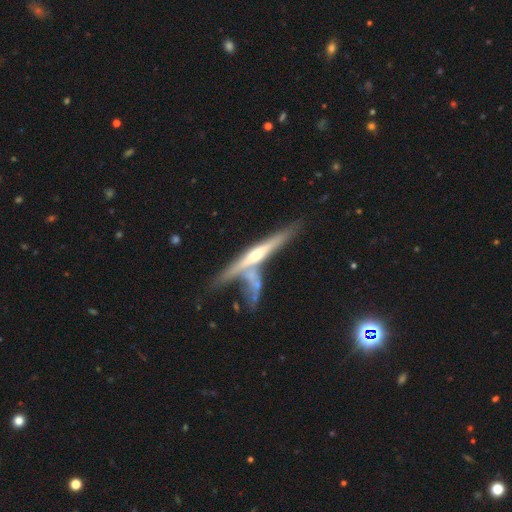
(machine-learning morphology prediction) This is likely a featured or disk galaxy (74%). It is clearly viewed edge-on (93%). Edge-on bulge: likely rounded (77%). Merging: possibly none (46%).